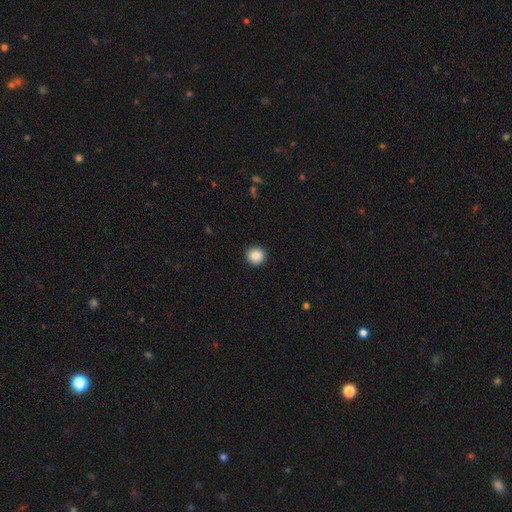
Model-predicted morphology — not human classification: Q: Smooth or featured?
A: smooth (89%); runner-up: star or artifact (9%)
Q: How rounded?
A: round (94%); runner-up: in between (5%)
Q: Merging?
A: none (92%); runner-up: minor disturbance (5%)